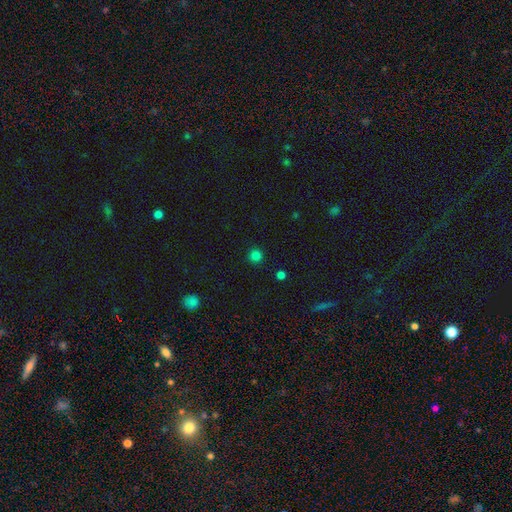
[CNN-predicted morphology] This is clearly a smooth galaxy (80%). How rounded: clearly round (95%). Merging: clearly none (91%).